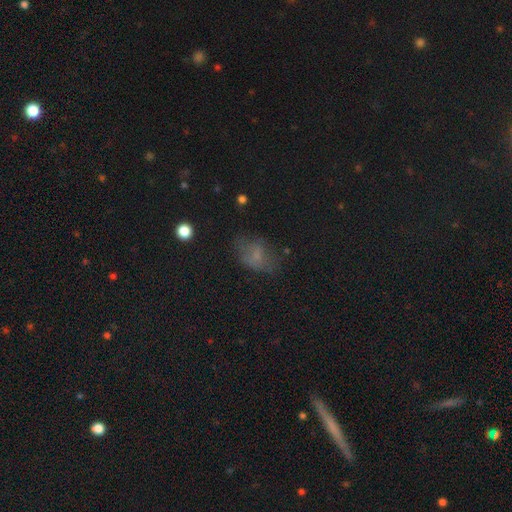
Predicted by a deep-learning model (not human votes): A smooth galaxy with no disk features (58%) that is in between round and cigar-shaped (77%).

Vote fractions:
- Smooth or featured? smooth: 58% / featured or disk: 23% / star or artifact: 18%
- How rounded? in between: 77% / round: 21% / cigar-shaped: 2%
- Merging? none: 50% / minor disturbance: 26% / major disturbance: 21% / merger: 3%